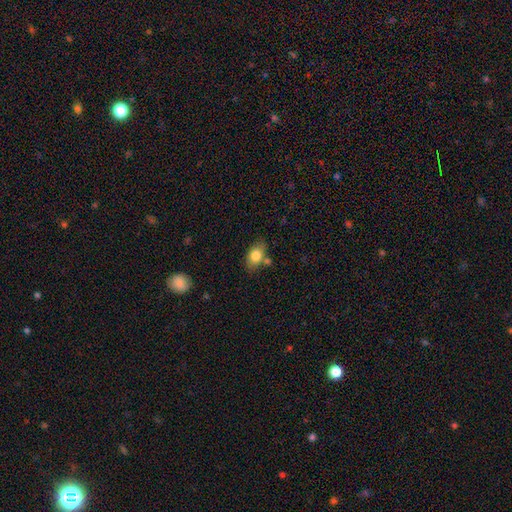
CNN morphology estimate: smooth_or_featured: smooth (p=0.80) [alt: featured or disk p=0.12]
how_rounded: in between (p=0.85) [alt: round p=0.13]
merging: none (p=0.70) [alt: minor disturbance p=0.15]